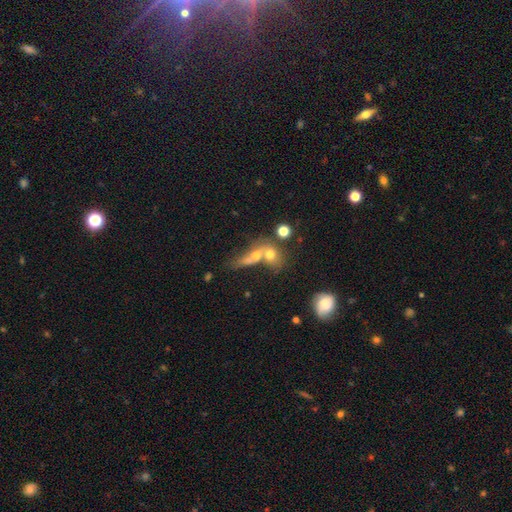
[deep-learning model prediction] Q: Smooth or featured?
A: smooth (57%); runner-up: featured or disk (30%)
Q: How rounded?
A: in between (51%); runner-up: round (32%)
Q: Merging?
A: merger (65%); runner-up: none (19%)